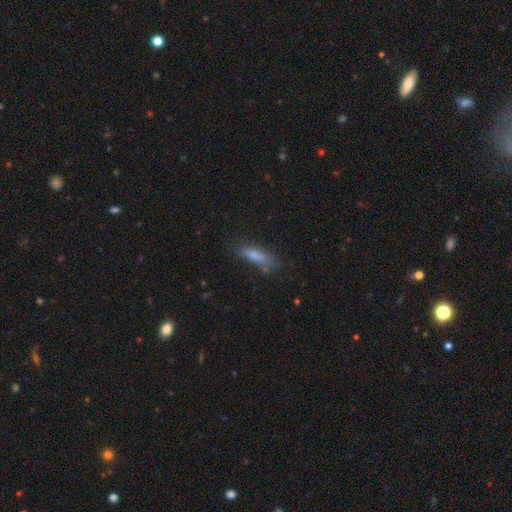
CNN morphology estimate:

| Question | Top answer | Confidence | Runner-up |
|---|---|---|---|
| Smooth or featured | smooth | 77% | featured or disk (13%) |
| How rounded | cigar-shaped | 60% | in between (38%) |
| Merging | none | 67% | minor disturbance (21%) |